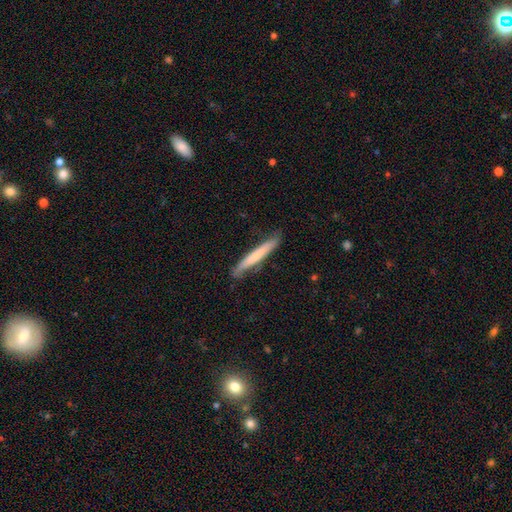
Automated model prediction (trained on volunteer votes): Morphology: type=smooth (63%); roundness=cigar-shaped (96%); merging=none (81%).